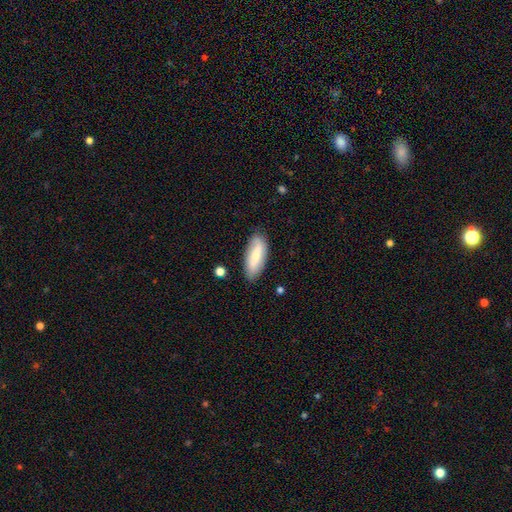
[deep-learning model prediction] Smooth or featured: smooth — 61% (featured or disk — 33%)
How rounded: in between — 75% (cigar-shaped — 23%)
Merging: none — 81% (minor disturbance — 14%)